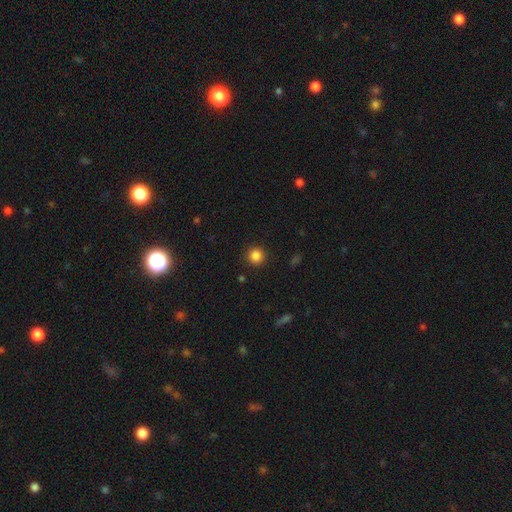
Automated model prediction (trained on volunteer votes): Smooth or featured? smooth (85%)
How rounded? round (95%)
Merging? none (91%)